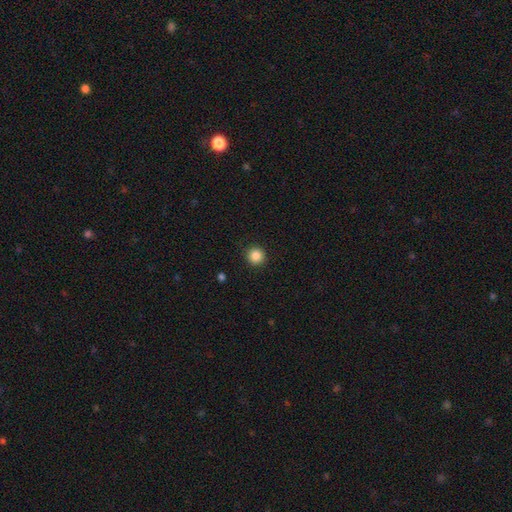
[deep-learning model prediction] Morphology: type=smooth (86%); roundness=round (95%); merging=none (92%).